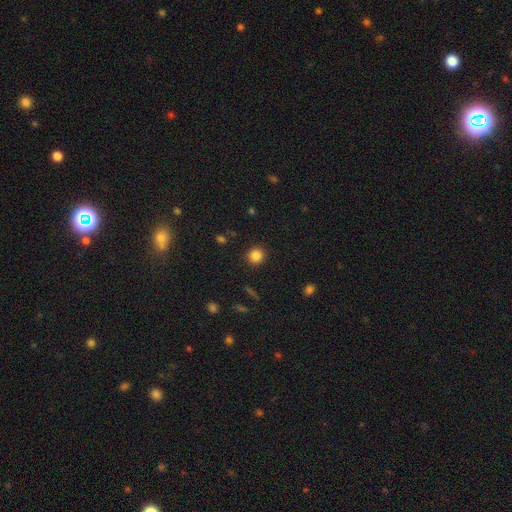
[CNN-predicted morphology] The model was most divided on "smooth or featured": smooth: 84%, star or artifact: 11%, featured or disk: 5%. More confident: how rounded — round (92%); merging — none (91%).